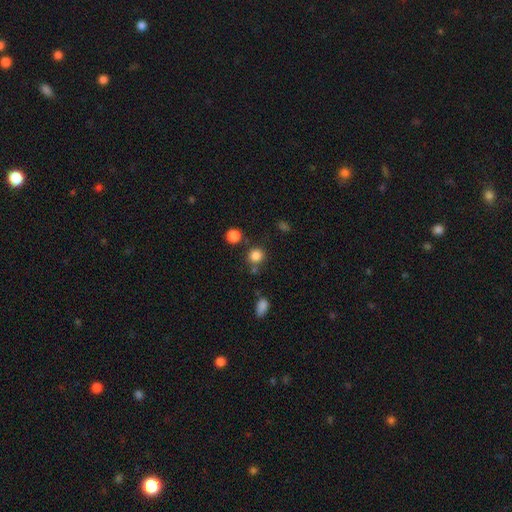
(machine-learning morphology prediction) smooth-or-featured: smooth: 82% | star or artifact: 13% | featured or disk: 5%
  how-rounded: round: 86% | in between: 13% | cigar-shaped: 1%
  merging: none: 73% | merger: 12% | minor disturbance: 11% | major disturbance: 4%